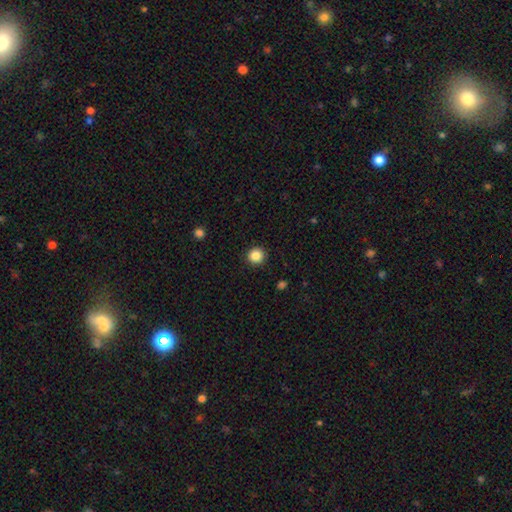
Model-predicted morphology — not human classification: A smooth galaxy with no disk features (86%) that is round (94%).

Vote fractions:
- Smooth or featured? smooth: 86% / star or artifact: 10% / featured or disk: 4%
- How rounded? round: 94% / in between: 5% / cigar-shaped: 1%
- Merging? none: 92% / minor disturbance: 5% / major disturbance: 2% / merger: 1%